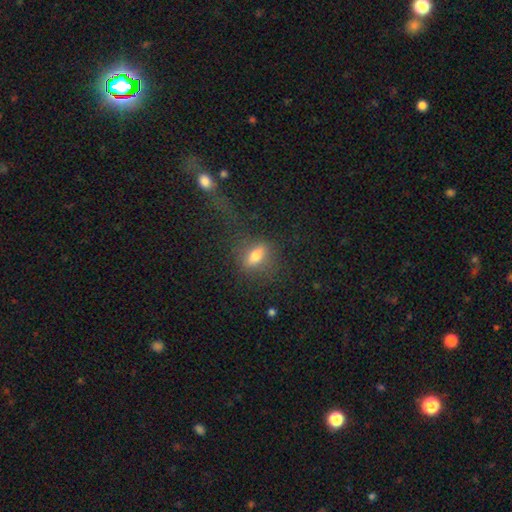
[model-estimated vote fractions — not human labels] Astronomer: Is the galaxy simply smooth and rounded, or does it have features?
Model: smooth — 60%.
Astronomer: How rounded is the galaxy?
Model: in between — 64%.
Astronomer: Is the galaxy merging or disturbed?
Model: none — 68%.